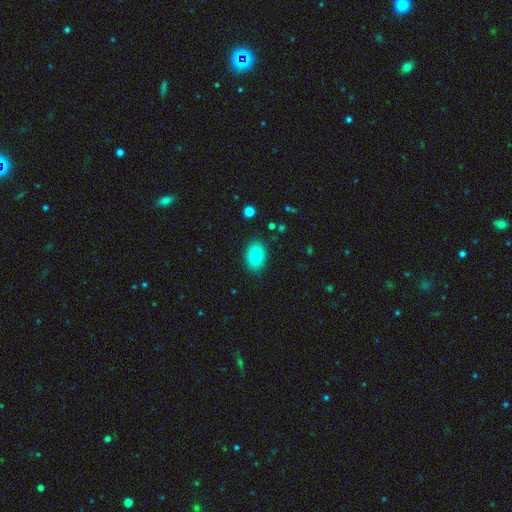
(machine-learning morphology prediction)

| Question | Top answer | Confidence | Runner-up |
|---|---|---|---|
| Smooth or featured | smooth | 84% | star or artifact (8%) |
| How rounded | in between | 85% | round (14%) |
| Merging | none | 86% | minor disturbance (10%) |